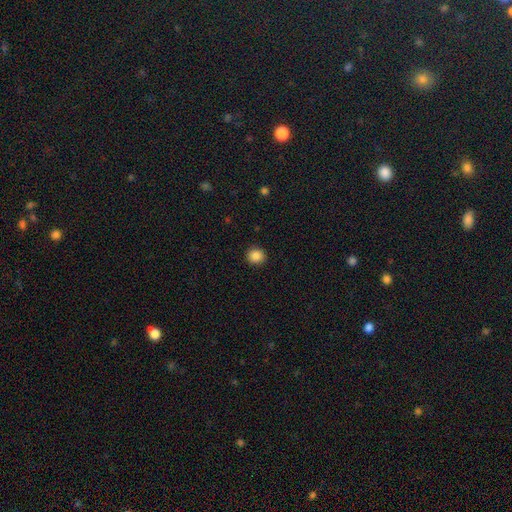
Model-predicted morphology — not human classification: Smooth or featured?
  - smooth: 86% *
  - star or artifact: 10%
  - featured or disk: 4%
How rounded?
  - round: 88% *
  - in between: 11%
  - cigar-shaped: 1%
Merging?
  - none: 92% *
  - minor disturbance: 5%
  - major disturbance: 2%
  - merger: 1%